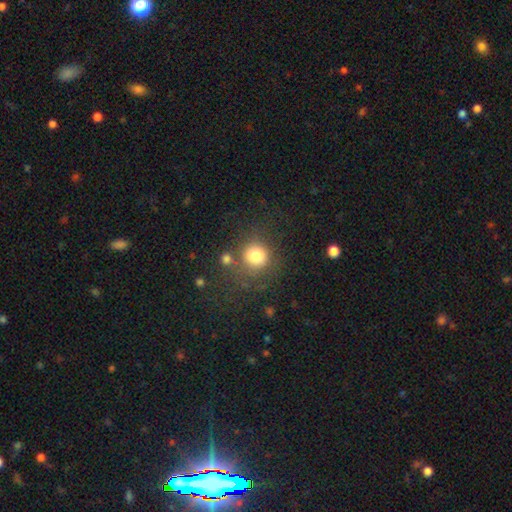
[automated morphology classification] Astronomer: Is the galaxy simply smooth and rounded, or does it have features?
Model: smooth — 80%.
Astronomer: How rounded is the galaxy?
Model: round — 88%.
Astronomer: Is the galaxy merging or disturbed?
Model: none — 68%.